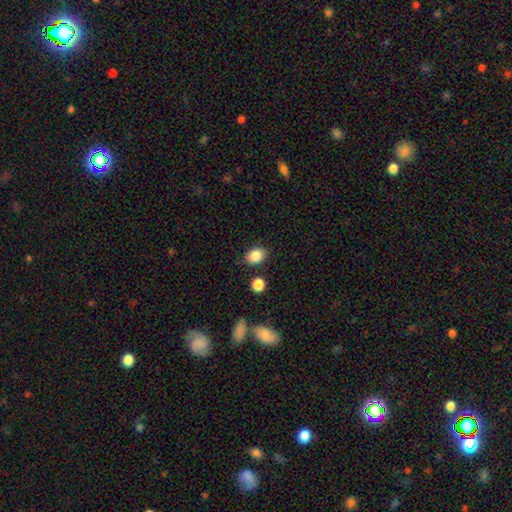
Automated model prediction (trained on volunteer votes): A smooth galaxy with no disk features (85%) that is in between round and cigar-shaped (62%).

Vote fractions:
- Smooth or featured? smooth: 85% / star or artifact: 9% / featured or disk: 6%
- How rounded? in between: 62% / round: 37% / cigar-shaped: 1%
- Merging? none: 78% / minor disturbance: 15% / merger: 4% / major disturbance: 3%